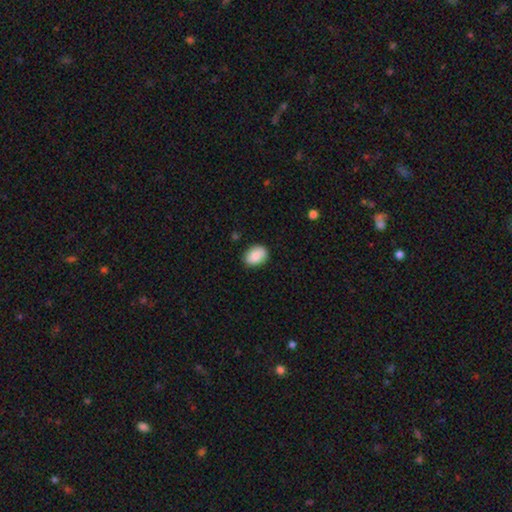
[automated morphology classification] A smooth galaxy with no disk features (87%) that is in between round and cigar-shaped (77%).

Vote fractions:
- Smooth or featured? smooth: 87% / star or artifact: 7% / featured or disk: 6%
- How rounded? in between: 77% / round: 22% / cigar-shaped: 1%
- Merging? none: 85% / minor disturbance: 12% / major disturbance: 2% / merger: 1%